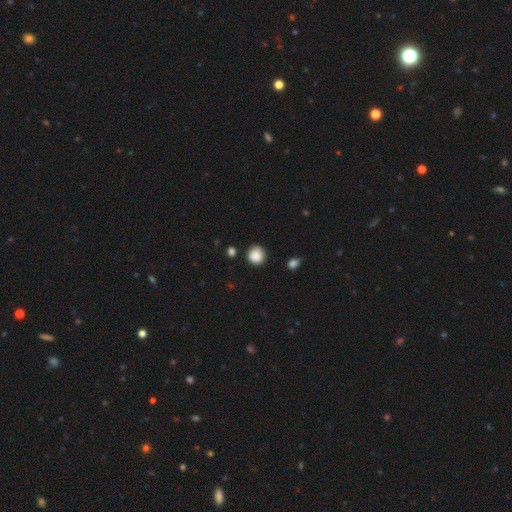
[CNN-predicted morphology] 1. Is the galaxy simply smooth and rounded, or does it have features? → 88% smooth, 9% star or artifact, 3% featured or disk.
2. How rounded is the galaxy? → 92% round, 7% in between, 1% cigar-shaped.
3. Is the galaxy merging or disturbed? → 86% none, 9% minor disturbance, 3% major disturbance, 2% merger.